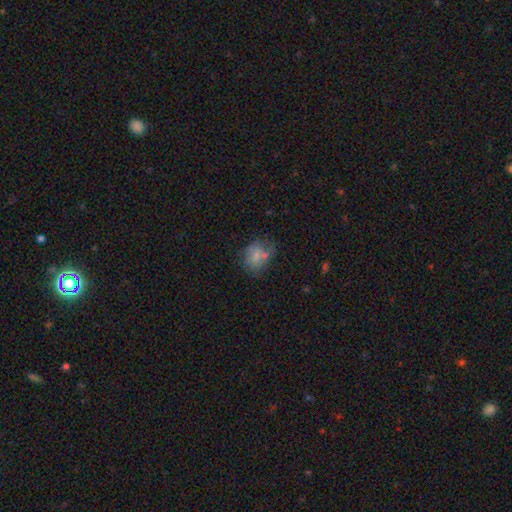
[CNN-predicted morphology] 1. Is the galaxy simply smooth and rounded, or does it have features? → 71% smooth, 19% featured or disk, 11% star or artifact.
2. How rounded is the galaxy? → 57% in between, 42% round, 1% cigar-shaped.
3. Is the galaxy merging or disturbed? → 47% none, 23% minor disturbance, 20% merger, 10% major disturbance.